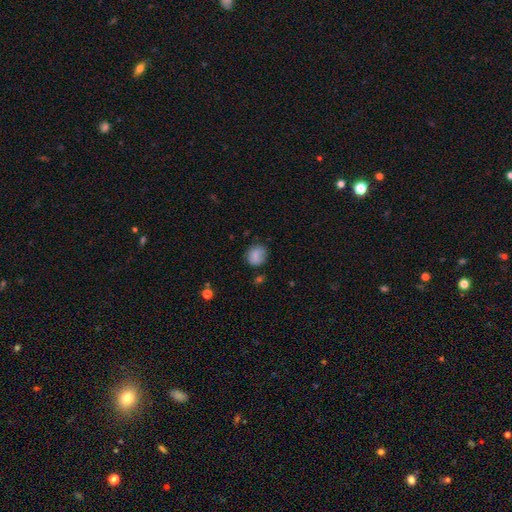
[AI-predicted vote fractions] Smooth or featured? Predicted: smooth (p=0.81). How rounded? Predicted: round (p=0.68). Merging? Predicted: none (p=0.74).